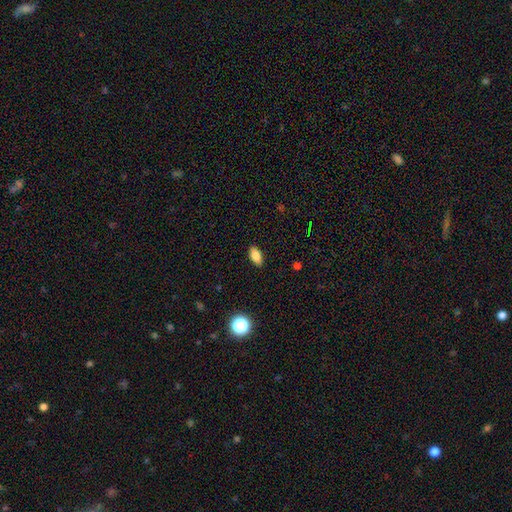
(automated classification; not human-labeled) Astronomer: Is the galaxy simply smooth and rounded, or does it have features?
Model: smooth — 81%.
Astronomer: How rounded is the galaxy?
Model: in between — 87%.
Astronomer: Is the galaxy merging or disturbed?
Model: none — 89%.